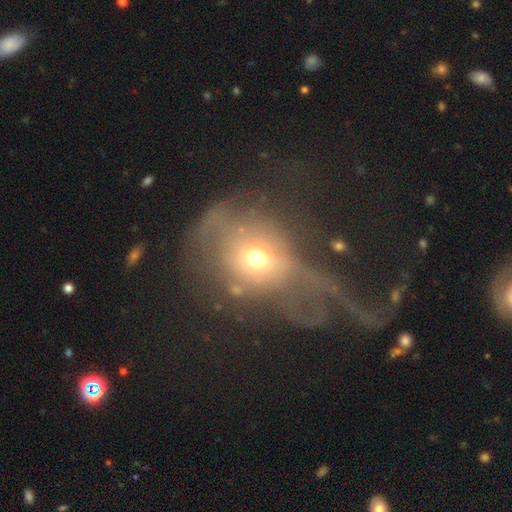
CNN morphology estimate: Smooth or featured: smooth — 43% (featured or disk — 42%)
Merging: major disturbance — 67% (none — 15%)